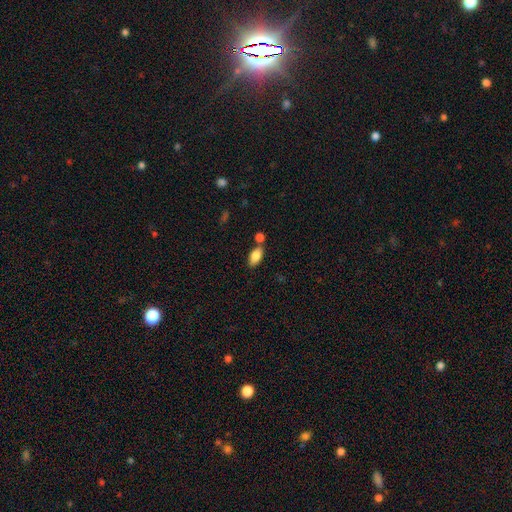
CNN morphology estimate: Q: Smooth or featured?
A: smooth (84%); runner-up: featured or disk (8%)
Q: How rounded?
A: in between (91%); runner-up: cigar-shaped (5%)
Q: Merging?
A: none (65%); runner-up: merger (19%)